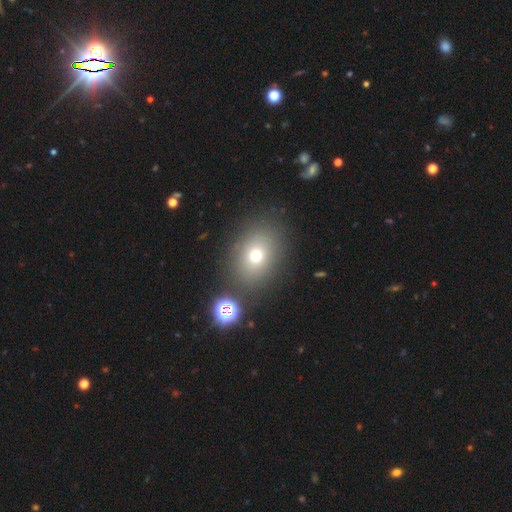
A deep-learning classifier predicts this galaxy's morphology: This appears to be a smooth galaxy with no disk features (71%) that is in between round and cigar-shaped (57%). Merging: none (81%).